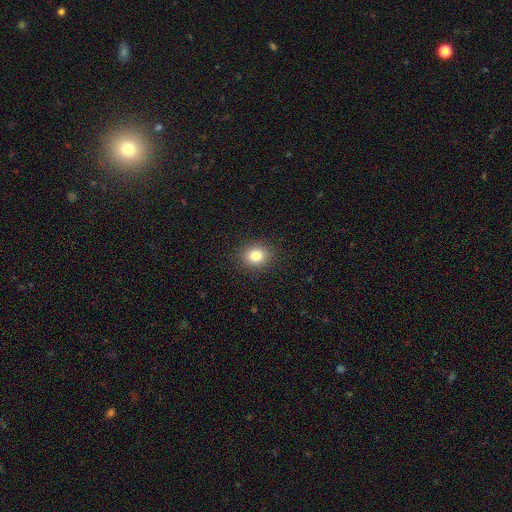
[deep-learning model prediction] smooth 81%, star or artifact 12%, featured or disk 7%. Down the decision tree: how rounded — round (71%); merging — none (90%).